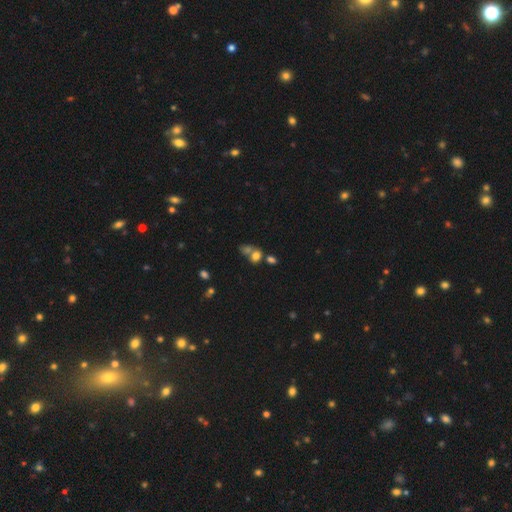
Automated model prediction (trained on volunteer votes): smooth 71%, star or artifact 18%, featured or disk 12%. Down the decision tree: how rounded — round (52%); merging — merger (45%).